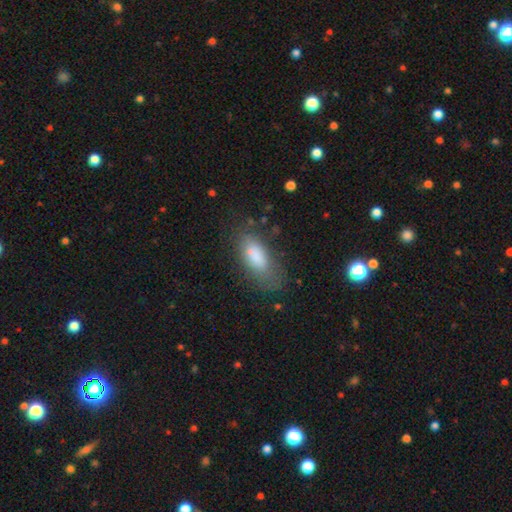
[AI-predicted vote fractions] smooth-or-featured: smooth: 79% | featured or disk: 13% | star or artifact: 8%
  how-rounded: in between: 82% | cigar-shaped: 15% | round: 3%
  merging: none: 61% | minor disturbance: 23% | major disturbance: 12% | merger: 3%